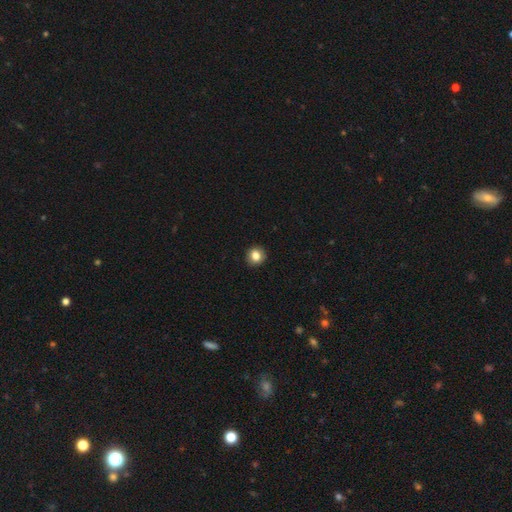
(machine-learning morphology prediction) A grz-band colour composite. It shows a smooth galaxy with no disk features (82%) that is round (90%). Merging: none (91%).